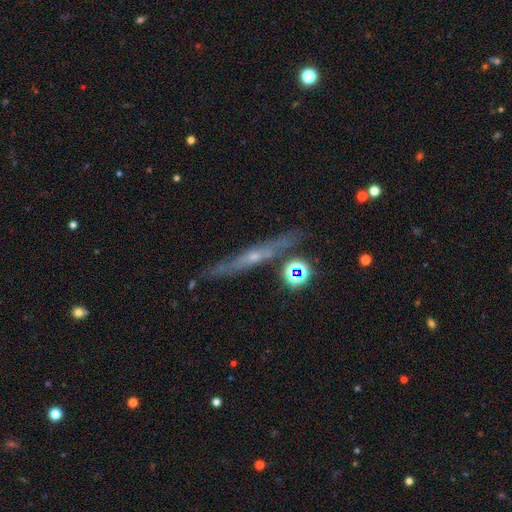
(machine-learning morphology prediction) Smooth or featured?
  - featured or disk: 66% *
  - smooth: 18%
  - star or artifact: 16%
Edge-on disk?
  - yes: 89% *
  - no: 11%
Edge-on bulge?
  - rounded: 60% *
  - none: 34%
  - boxy: 6%
Merging?
  - none: 76% *
  - minor disturbance: 14%
  - merger: 5%
  - major disturbance: 5%